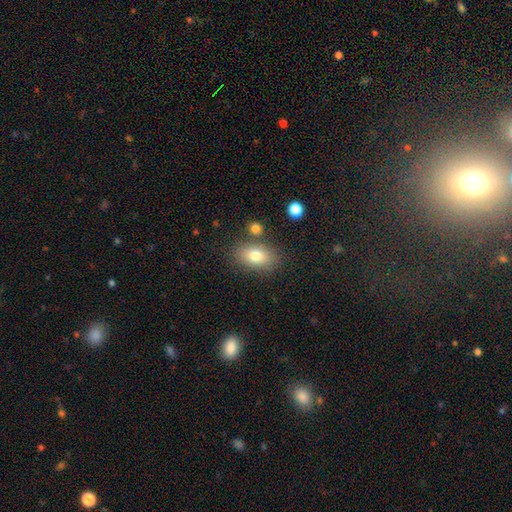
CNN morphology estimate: smooth 78%, featured or disk 13%, star or artifact 9%. Down the decision tree: how rounded — in between (87%); merging — none (76%).